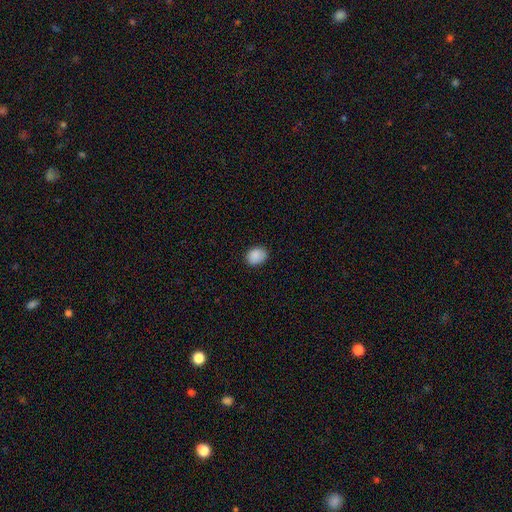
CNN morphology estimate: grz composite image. It shows a smooth galaxy with no disk features (89%) that is in between round and cigar-shaped (56%). Merging: none (85%).